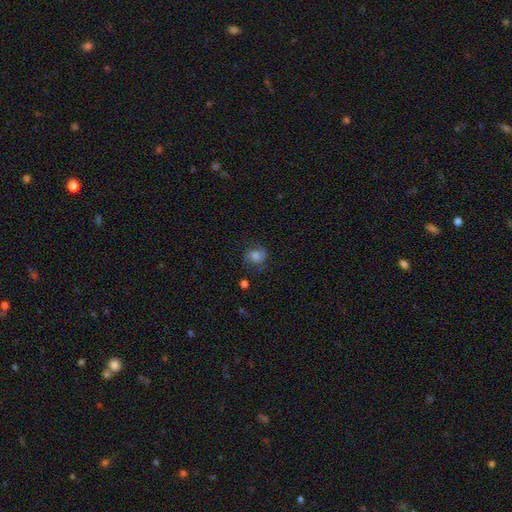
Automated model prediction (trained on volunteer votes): smooth-or-featured: featured or disk: 48% | smooth: 38% | star or artifact: 14%
  merging: none: 70% | minor disturbance: 18% | major disturbance: 10% | merger: 2%